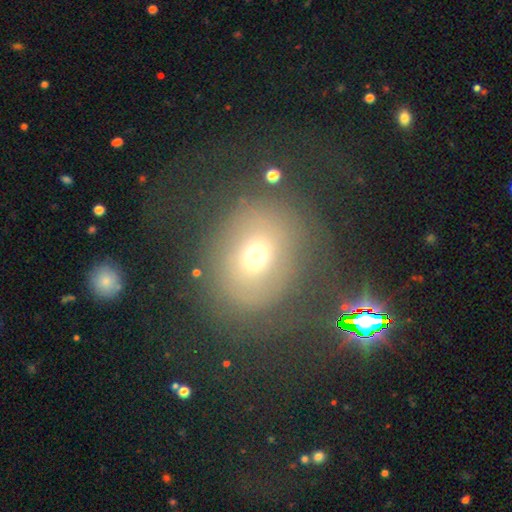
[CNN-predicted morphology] smooth-or-featured: smooth: 55% | featured or disk: 27% | star or artifact: 18%
  how-rounded: round: 64% | in between: 35% | cigar-shaped: 1%
  merging: none: 63% | major disturbance: 18% | minor disturbance: 15% | merger: 3%